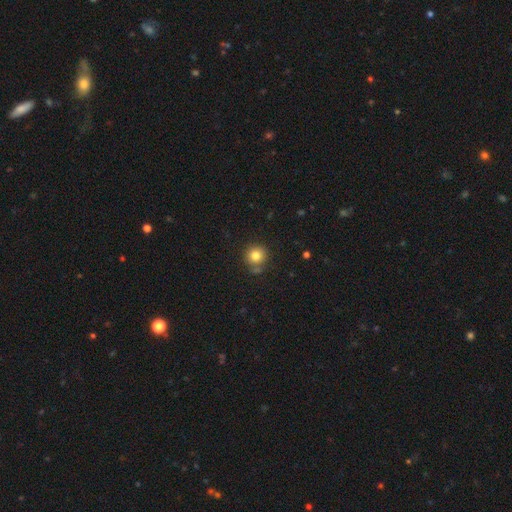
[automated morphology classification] type=smooth (81%); roundness=round (93%); merging=none (78%).